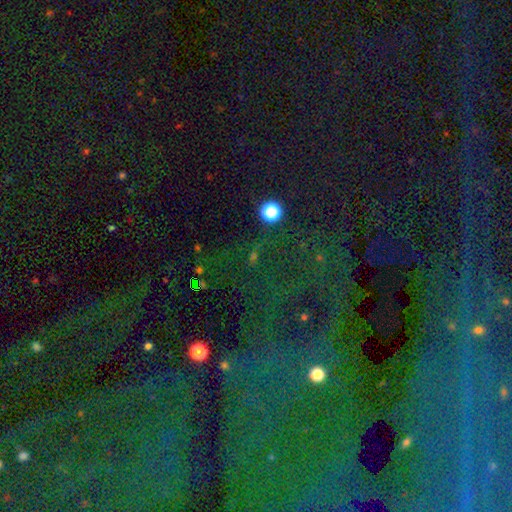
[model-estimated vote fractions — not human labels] A star or artifact, not a galaxy (74%).